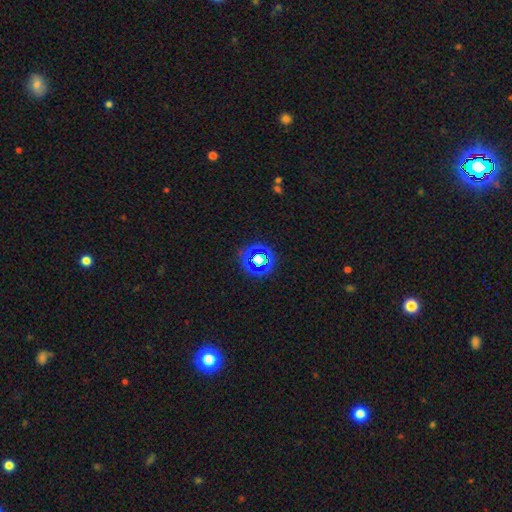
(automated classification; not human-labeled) star or artifact 65%, smooth 25%, featured or disk 10%.